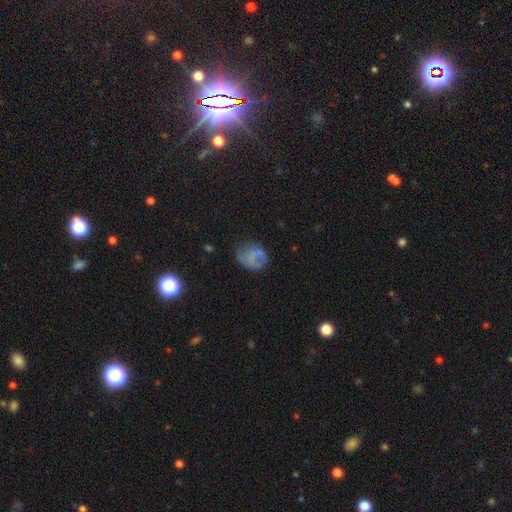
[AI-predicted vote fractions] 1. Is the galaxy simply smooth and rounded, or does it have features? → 43% smooth, 40% featured or disk, 17% star or artifact.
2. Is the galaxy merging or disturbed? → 54% none, 24% minor disturbance, 19% major disturbance, 4% merger.